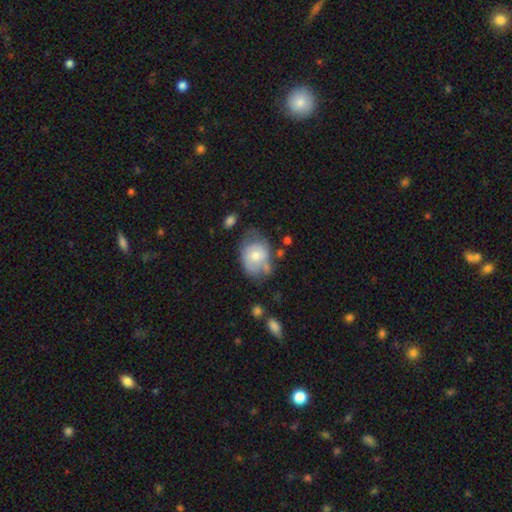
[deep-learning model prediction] A smooth galaxy with no disk features (58%) that is in between round and cigar-shaped (59%). Merging: none (43%).